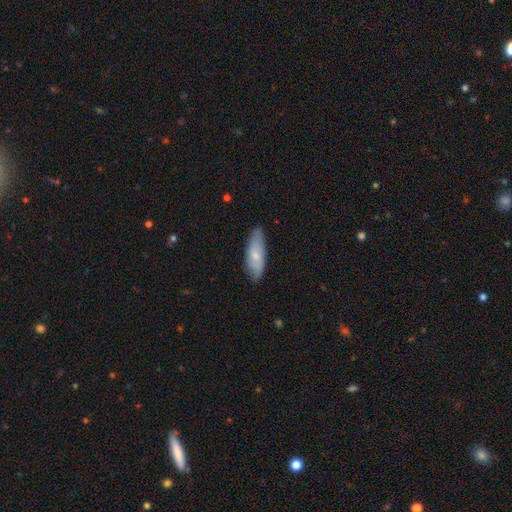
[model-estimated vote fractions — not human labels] Smooth or featured? smooth (65%)
How rounded? in between (62%)
Merging? none (79%)